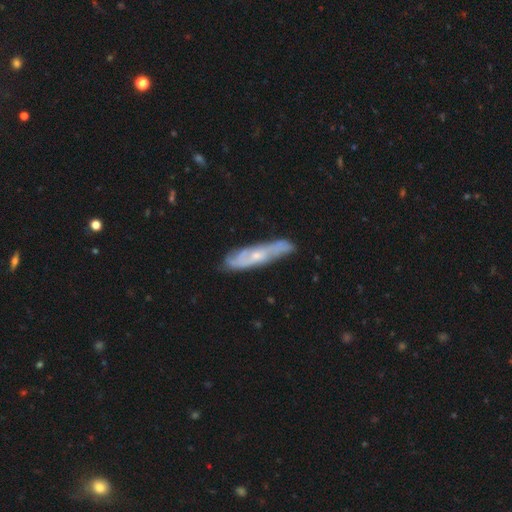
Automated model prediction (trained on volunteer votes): This appears to be a featured or disk galaxy (69%). Merging: none (75%).